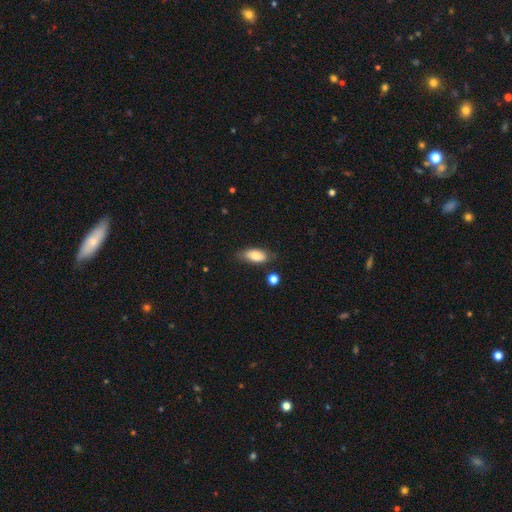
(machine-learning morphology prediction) This appears to be a smooth galaxy with no disk features (80%) that is in between round and cigar-shaped (86%). Merging: none (74%).